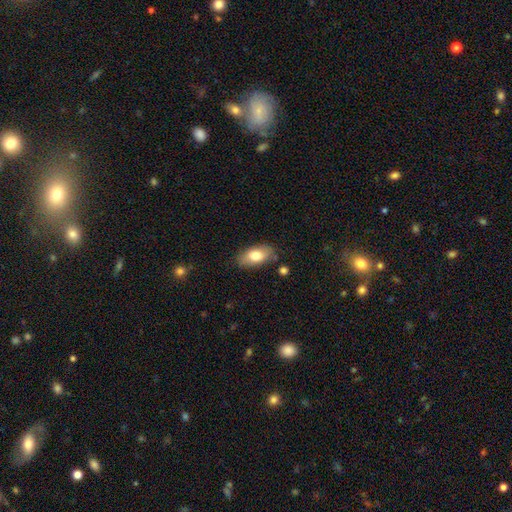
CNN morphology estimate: A smooth galaxy with no disk features (78%) that is in between round and cigar-shaped (90%).

Vote fractions:
- Smooth or featured? smooth: 78% / featured or disk: 16% / star or artifact: 7%
- How rounded? in between: 90% / cigar-shaped: 5% / round: 4%
- Merging? none: 79% / minor disturbance: 15% / major disturbance: 3% / merger: 3%